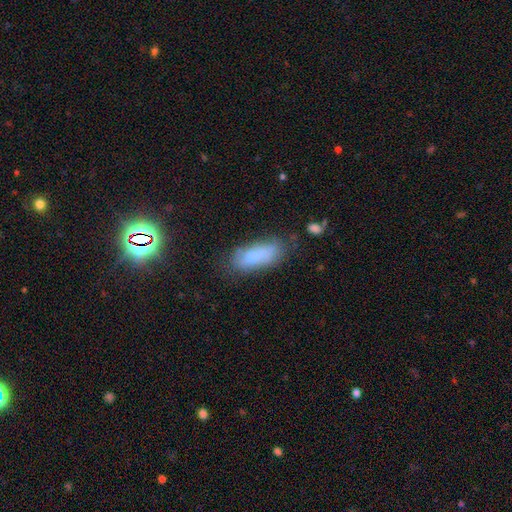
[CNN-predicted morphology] Smooth or featured? smooth (68%)
How rounded? in between (79%)
Merging? none (56%)